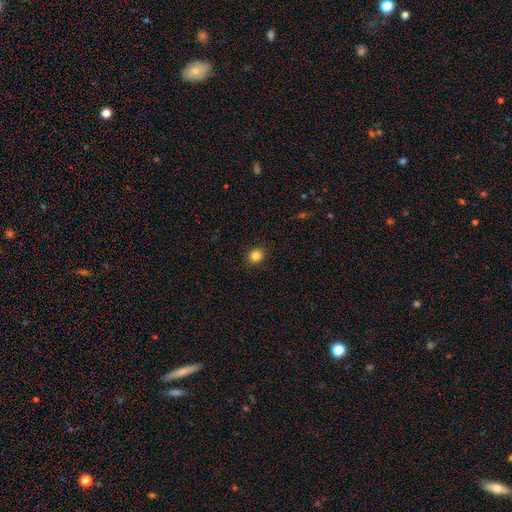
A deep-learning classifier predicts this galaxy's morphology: Smooth or featured? smooth (84%)
How rounded? round (80%)
Merging? none (91%)